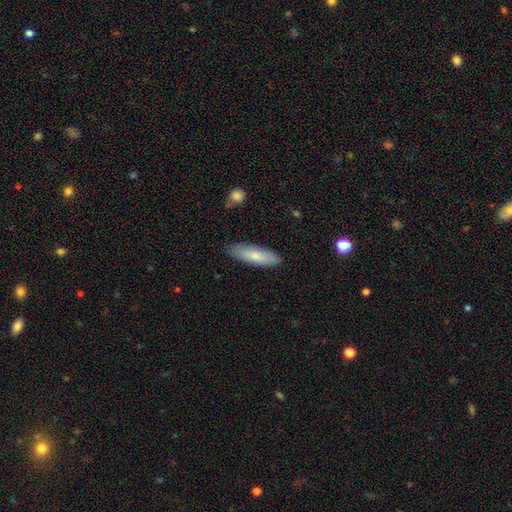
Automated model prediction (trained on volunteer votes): This is likely a smooth galaxy (78%). How rounded: possibly cigar-shaped (53%). Merging: clearly none (86%).